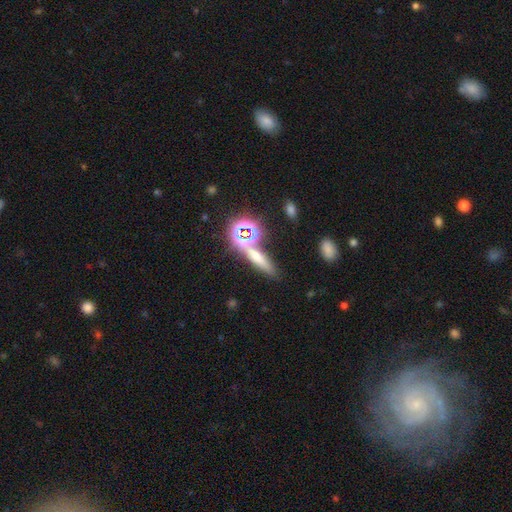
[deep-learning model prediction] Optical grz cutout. It shows a smooth galaxy with no disk features (52%) that is cigar-shaped (63%). Merging: none (67%).